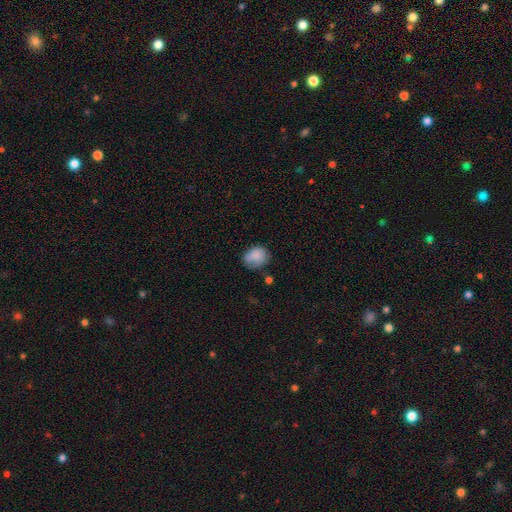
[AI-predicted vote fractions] This is likely a smooth galaxy (80%). How rounded: possibly round (54%). Merging: possibly none (52%).